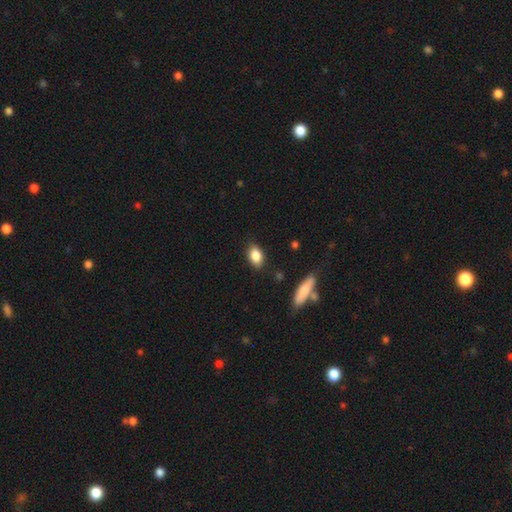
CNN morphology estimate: type=smooth (84%); roundness=in between (86%); merging=none (84%).